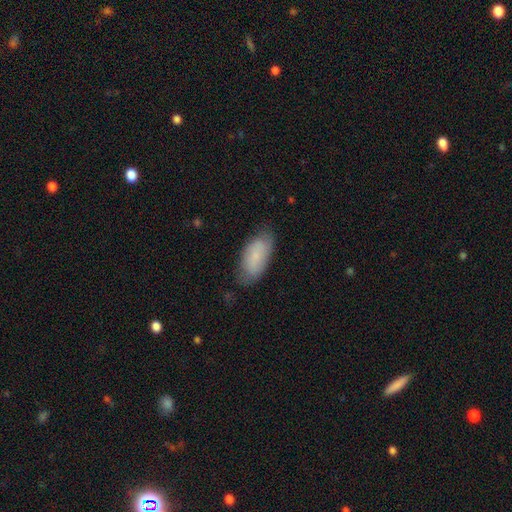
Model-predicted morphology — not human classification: Overall: smooth (76%). How rounded: in between (89%). Merging: none (71%).